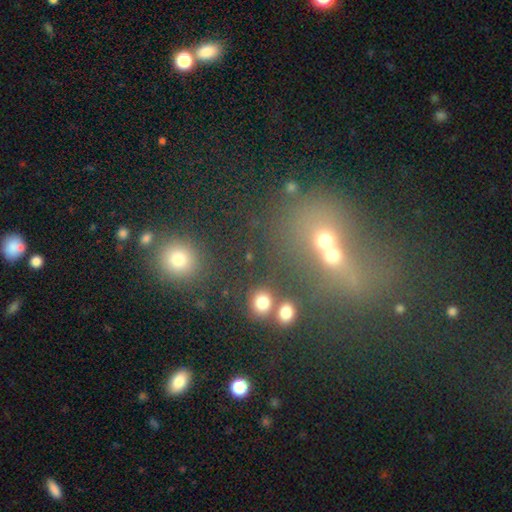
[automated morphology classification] A smooth galaxy with no disk features (53%) that is round (70%). Merging: merger (43%, tied with none).